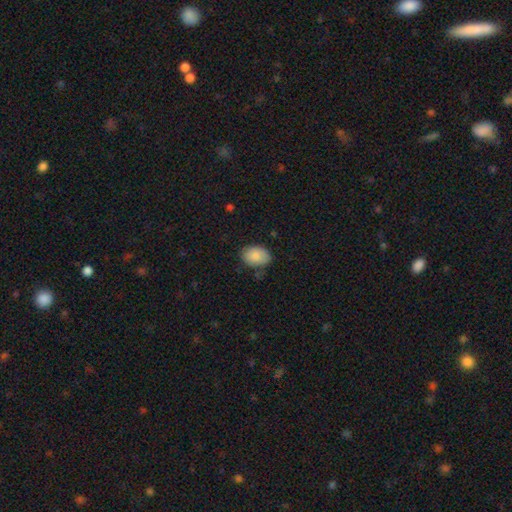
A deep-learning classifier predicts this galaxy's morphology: Q: Smooth or featured?
A: smooth (88%); runner-up: star or artifact (7%)
Q: How rounded?
A: in between (82%); runner-up: round (17%)
Q: Merging?
A: none (75%); runner-up: minor disturbance (19%)